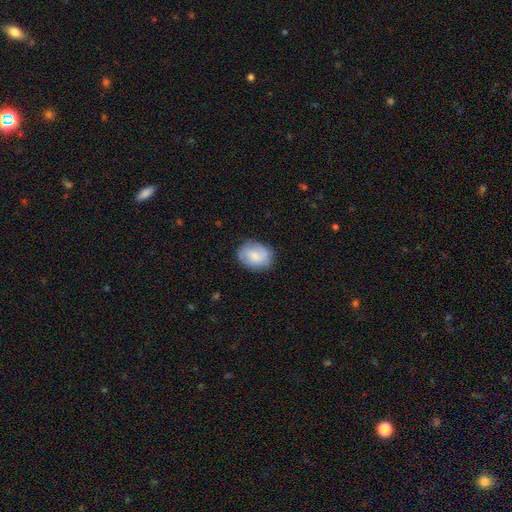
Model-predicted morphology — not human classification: This is likely a smooth galaxy (68%). How rounded: likely in between (63%). Merging: likely none (78%).